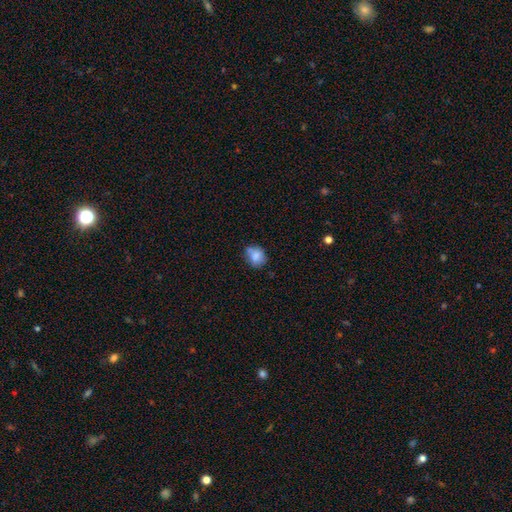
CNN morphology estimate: smooth_or_featured: smooth (p=0.78) [alt: featured or disk p=0.13]
how_rounded: round (p=0.51) [alt: in between p=0.48]
merging: none (p=0.56) [alt: minor disturbance p=0.28]